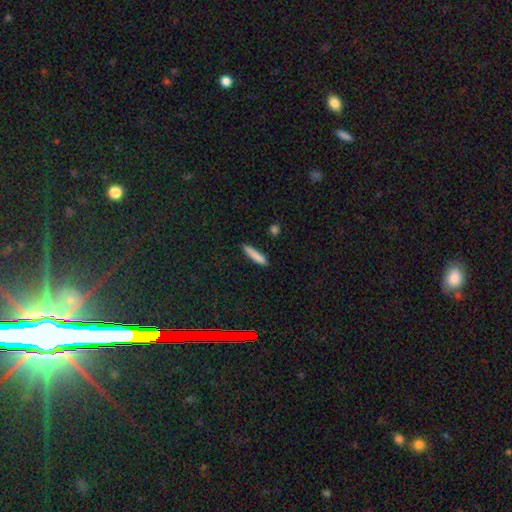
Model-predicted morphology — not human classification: type=smooth (83%); roundness=cigar-shaped (91%); merging=none (86%).